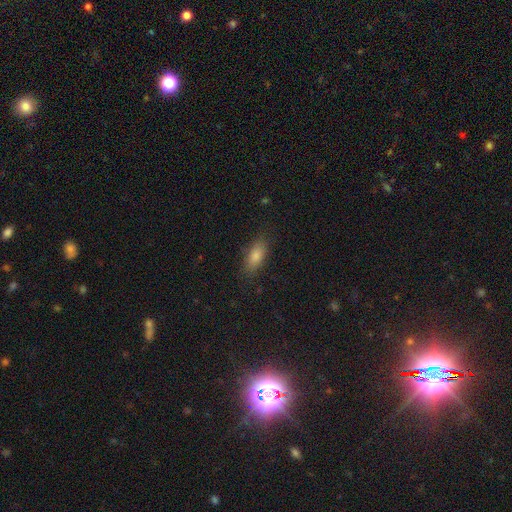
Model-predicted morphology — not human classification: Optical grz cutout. It shows a smooth galaxy with no disk features (79%) that is in between round and cigar-shaped (76%). Merging: none (85%).